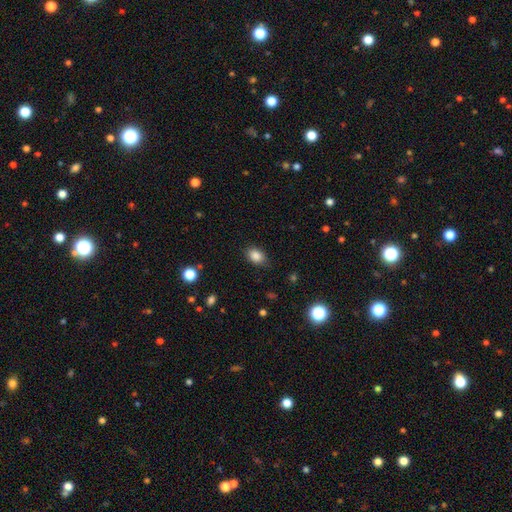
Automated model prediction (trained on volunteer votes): Q: Smooth or featured?
A: smooth (86%); runner-up: star or artifact (9%)
Q: How rounded?
A: in between (81%); runner-up: round (18%)
Q: Merging?
A: none (80%); runner-up: minor disturbance (15%)